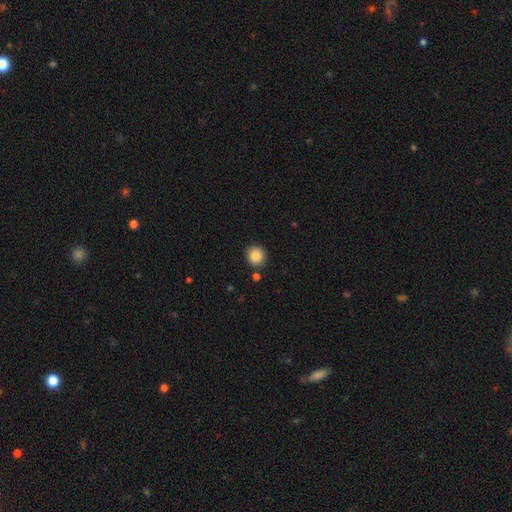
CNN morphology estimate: This appears to be a smooth galaxy with no disk features (88%) that is round (91%). Merging: none (86%).